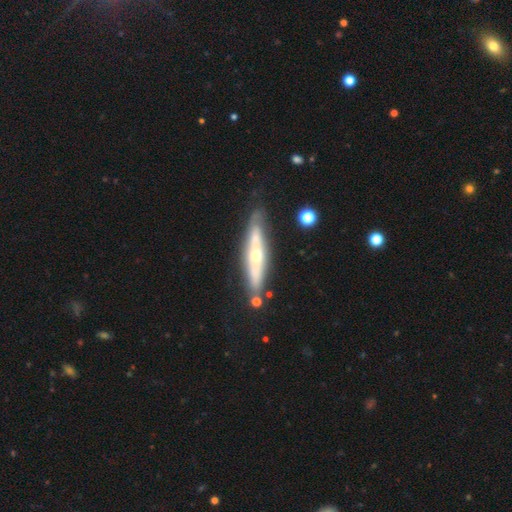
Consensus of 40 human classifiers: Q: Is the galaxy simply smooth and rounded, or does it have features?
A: featured or disk — 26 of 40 (65%).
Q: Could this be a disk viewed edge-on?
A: yes — 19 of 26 (73%).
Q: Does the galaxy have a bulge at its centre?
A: rounded — 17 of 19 (89%).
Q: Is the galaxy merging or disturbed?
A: none — 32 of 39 (82%).